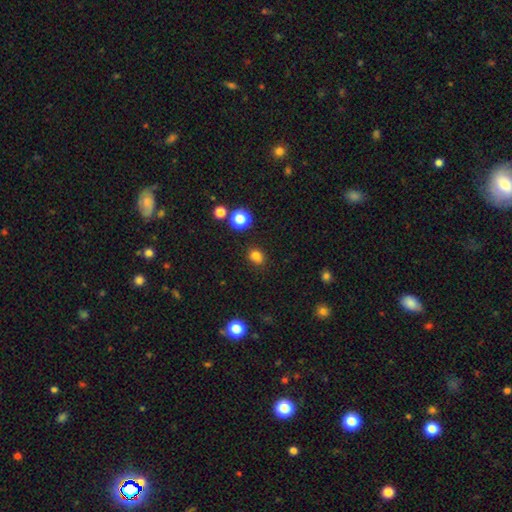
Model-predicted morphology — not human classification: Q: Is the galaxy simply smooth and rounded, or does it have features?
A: smooth — 78%.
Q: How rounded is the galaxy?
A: round — 64%.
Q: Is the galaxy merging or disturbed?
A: none — 72%.